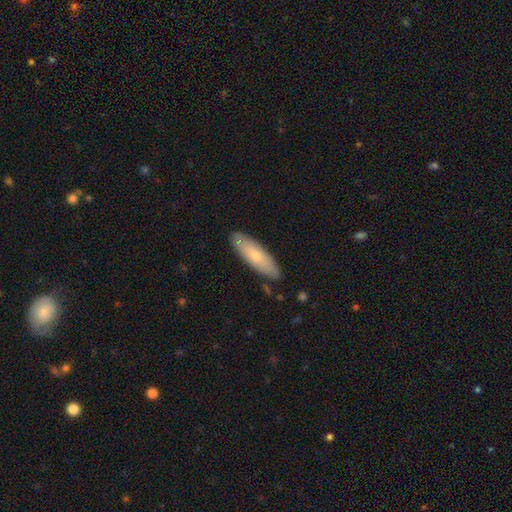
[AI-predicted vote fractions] This appears to be a smooth galaxy with no disk features (70%) that is cigar-shaped (51%). Merging: none (85%).